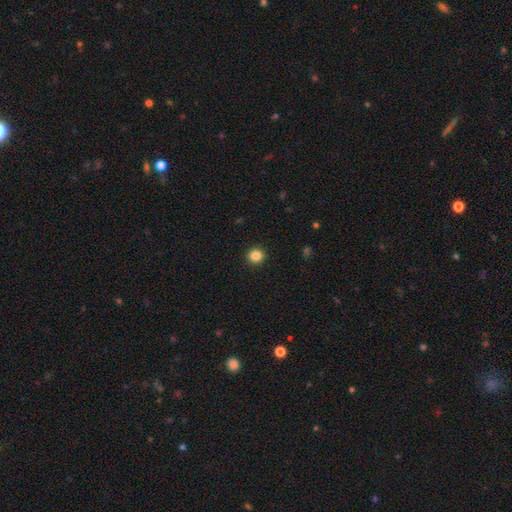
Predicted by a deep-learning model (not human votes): Overall: smooth (85%). How rounded: round (90%). Merging: none (93%).